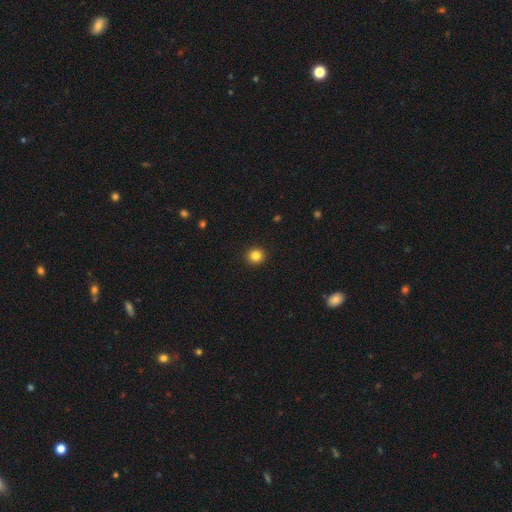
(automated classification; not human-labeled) The model was most divided on "smooth or featured": smooth: 84%, star or artifact: 12%, featured or disk: 5%. More confident: merging — none (93%); how rounded — round (92%).